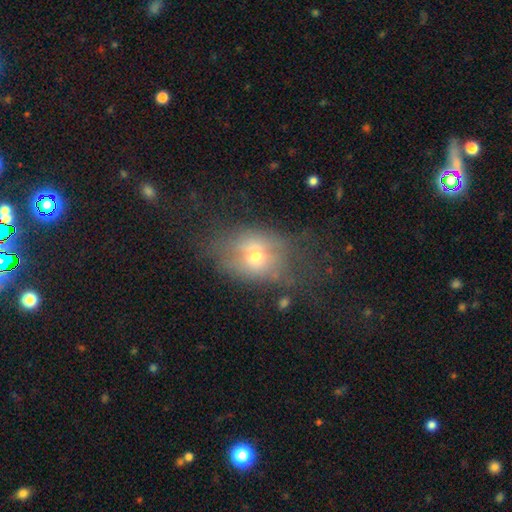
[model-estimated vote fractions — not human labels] This is possibly a smooth galaxy (55%). How rounded: possibly in between (58%). Merging: possibly none (47%).